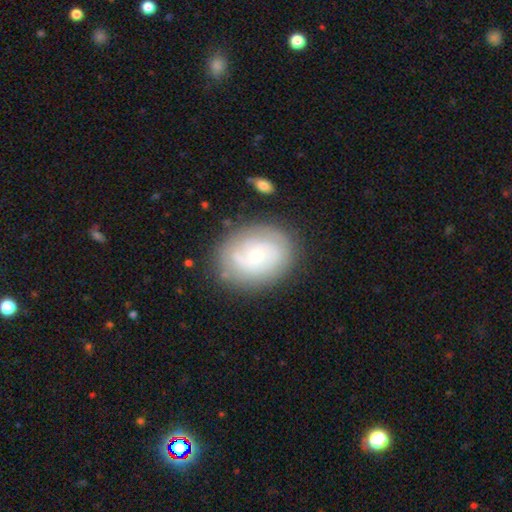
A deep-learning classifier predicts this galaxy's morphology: This appears to be a featured or disk galaxy (60%) with no bar (77%), spiral arms (67%) and a small central bulge (60%). Merging: none (78%).